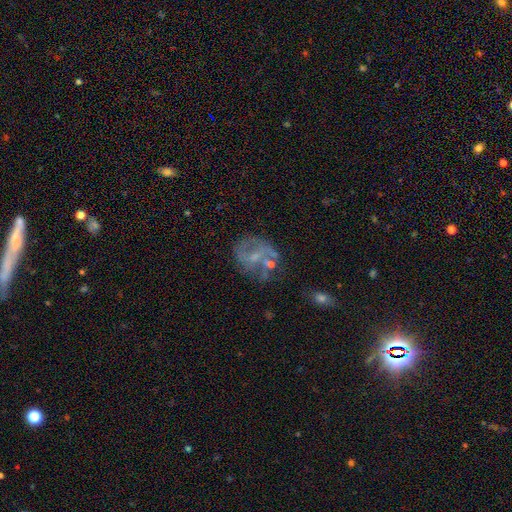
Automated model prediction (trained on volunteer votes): This appears to be a featured or disk galaxy (60%) with no bar (52%), spiral arms (52%) and a small central bulge (51%). Merging: none (52%).